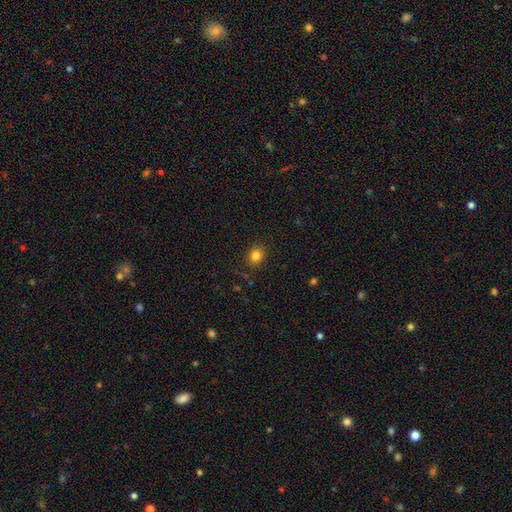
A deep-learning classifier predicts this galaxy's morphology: smooth 83%, star or artifact 12%, featured or disk 5%. Down the decision tree: how rounded — round (73%); merging — none (88%).